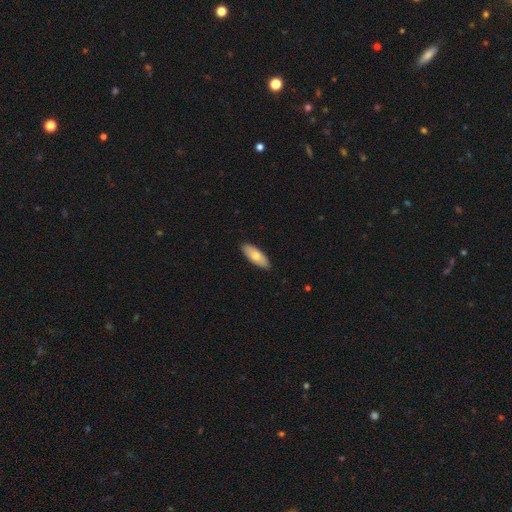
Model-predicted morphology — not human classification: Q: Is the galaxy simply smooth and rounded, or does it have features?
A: smooth — 68%.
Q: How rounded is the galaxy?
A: in between — 80%.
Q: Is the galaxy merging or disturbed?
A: none — 90%.